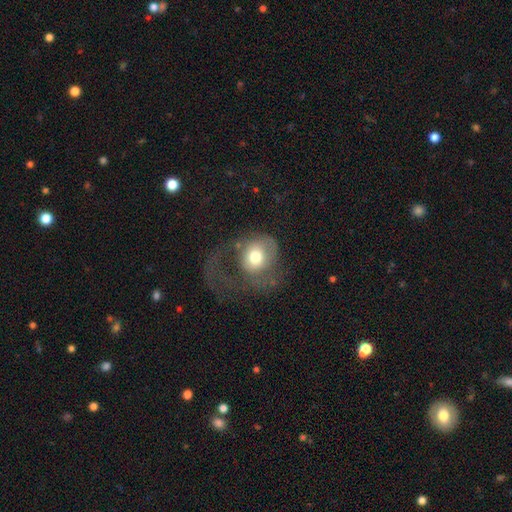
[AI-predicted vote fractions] smooth_or_featured: smooth (p=0.50) [alt: featured or disk p=0.41]
merging: major disturbance (p=0.64) [alt: none p=0.19]